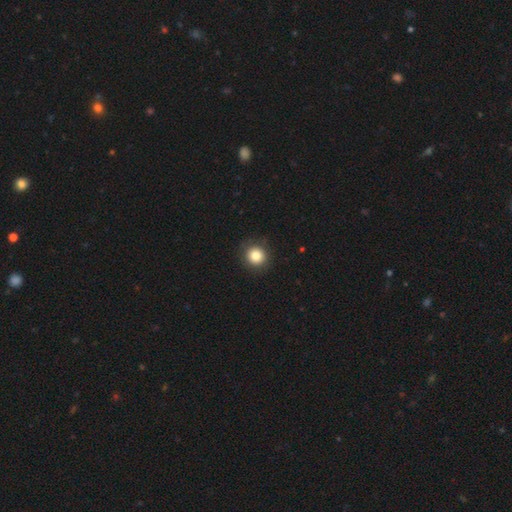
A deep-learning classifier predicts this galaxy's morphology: smooth_or_featured: smooth (p=0.83) [alt: star or artifact p=0.10]
how_rounded: round (p=0.94) [alt: in between p=0.05]
merging: none (p=0.89) [alt: minor disturbance p=0.07]